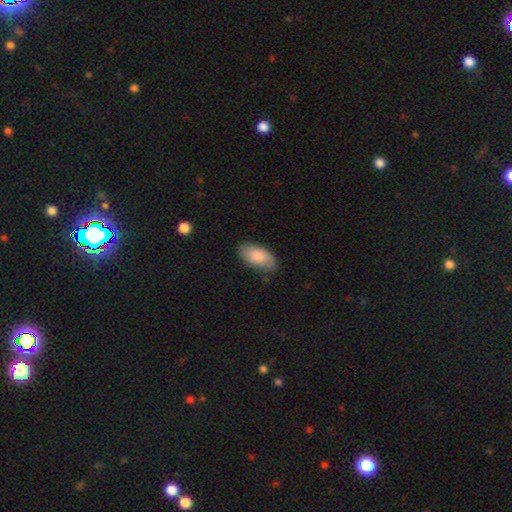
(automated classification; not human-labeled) This is likely a smooth galaxy (80%). How rounded: clearly in between (94%). Merging: likely none (76%).